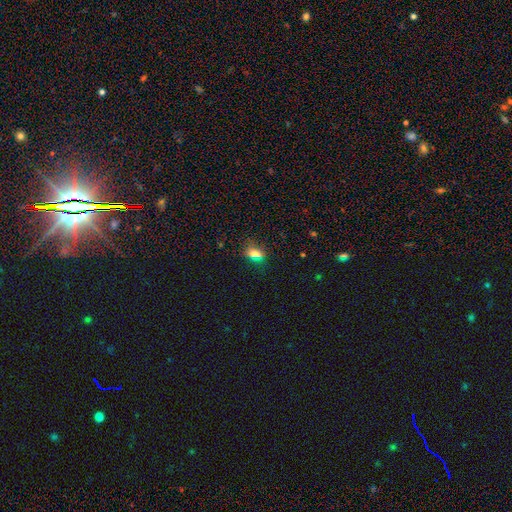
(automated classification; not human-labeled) This appears to be a smooth galaxy with no disk features (67%) that is in between round and cigar-shaped (63%). Merging: none (80%).